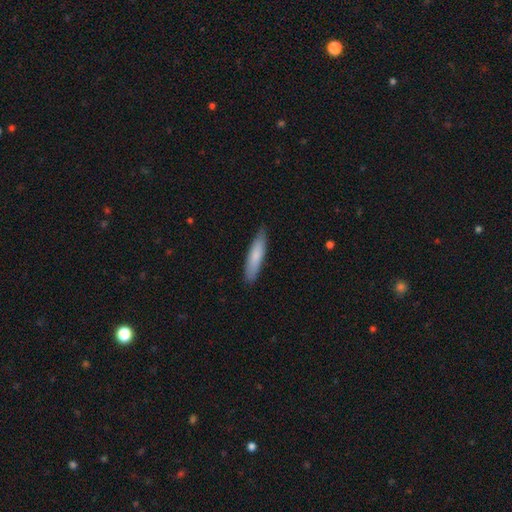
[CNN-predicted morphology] Smooth or featured? smooth (78%)
How rounded? cigar-shaped (81%)
Merging? none (87%)